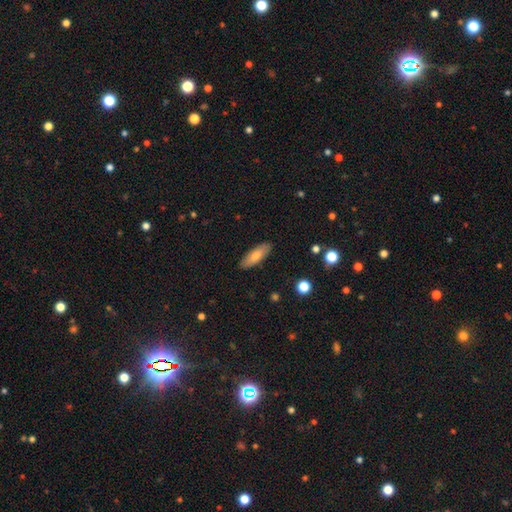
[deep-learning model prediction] Smooth or featured?
  - smooth: 72% *
  - featured or disk: 22%
  - star or artifact: 6%
How rounded?
  - in between: 61% *
  - cigar-shaped: 37%
  - round: 2%
Merging?
  - none: 89% *
  - minor disturbance: 8%
  - major disturbance: 2%
  - merger: 1%